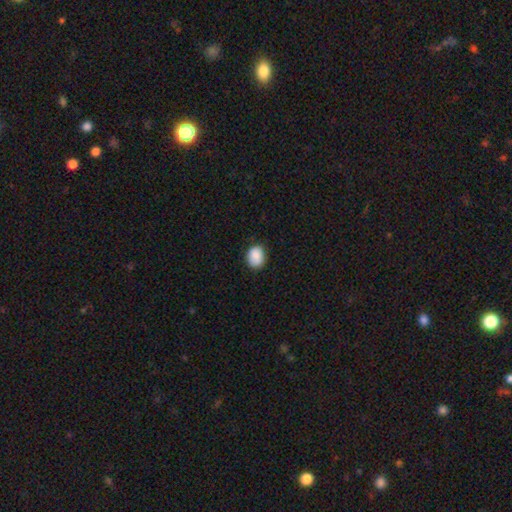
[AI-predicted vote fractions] A smooth galaxy with no disk features (89%) that is in between round and cigar-shaped (56%). Merging: none (80%).